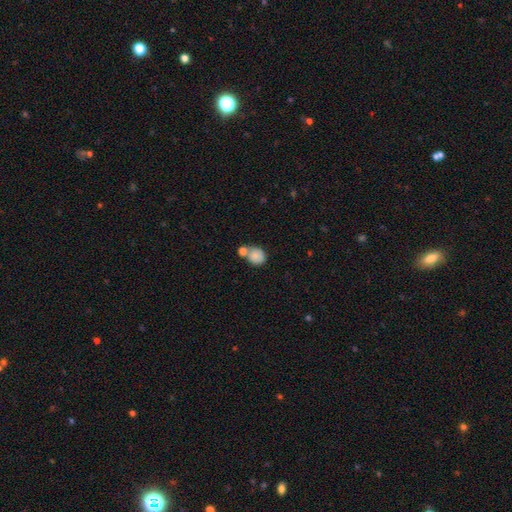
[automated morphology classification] Smooth or featured: smooth — 82% (featured or disk — 9%)
How rounded: round — 65% (in between — 34%)
Merging: none — 49% (merger — 33%)